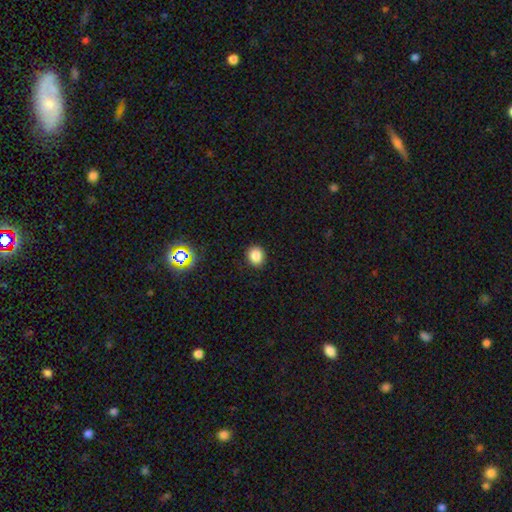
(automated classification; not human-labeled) Morphology: type=smooth (85%); roundness=round (78%); merging=none (91%).